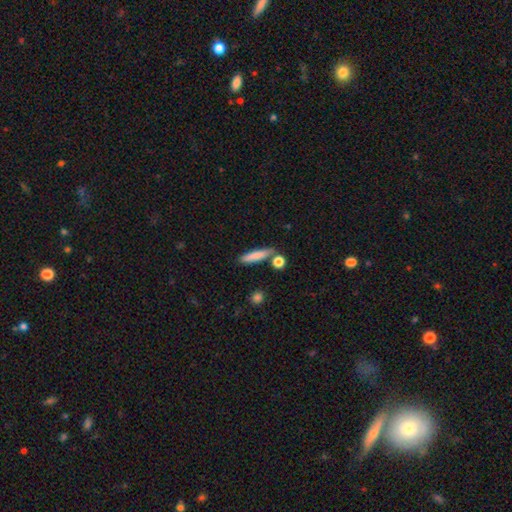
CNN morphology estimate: Overall: smooth (79%). How rounded: cigar-shaped (80%). Merging: none (74%).